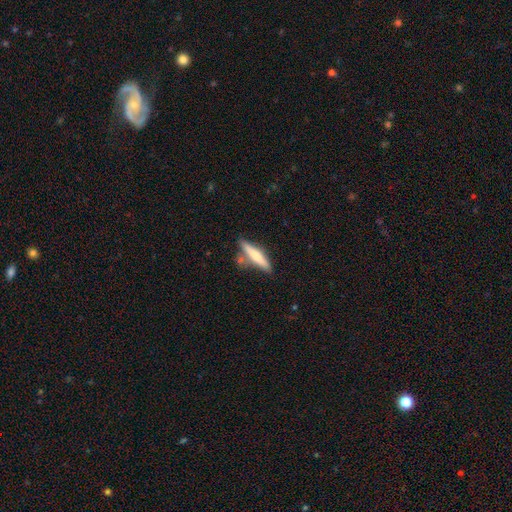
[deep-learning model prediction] Smooth or featured: smooth — 57% (featured or disk — 37%)
How rounded: cigar-shaped — 84% (in between — 14%)
Merging: none — 72% (minor disturbance — 16%)